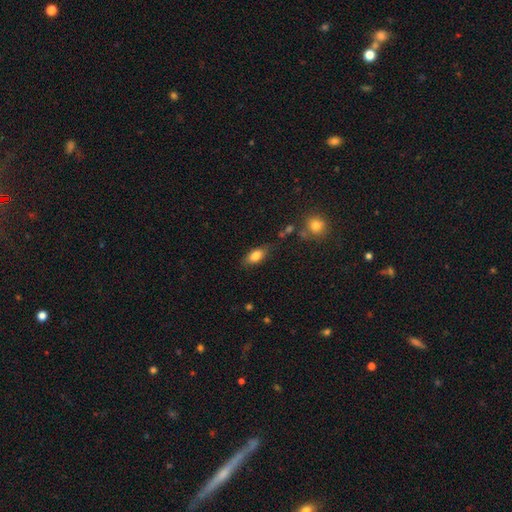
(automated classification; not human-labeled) A smooth galaxy with no disk features (81%) that is in between round and cigar-shaped (86%). Merging: none (75%).